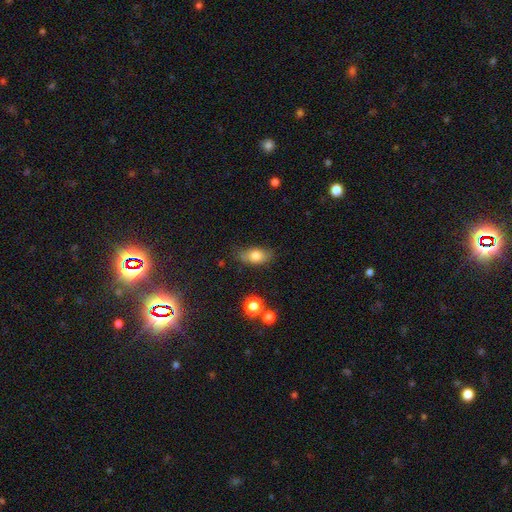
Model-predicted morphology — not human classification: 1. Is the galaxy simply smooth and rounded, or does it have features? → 76% smooth, 15% featured or disk, 9% star or artifact.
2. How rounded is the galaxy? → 83% in between, 12% round, 5% cigar-shaped.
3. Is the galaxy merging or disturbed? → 69% none, 23% minor disturbance, 6% major disturbance, 2% merger.